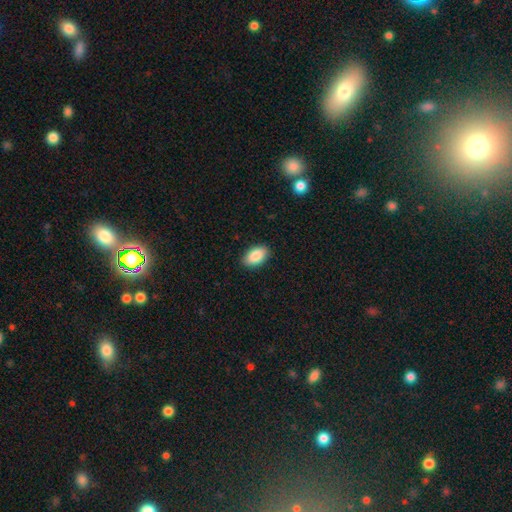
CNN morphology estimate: smooth 88%, star or artifact 7%, featured or disk 5%. Down the decision tree: how rounded — in between (94%); merging — none (89%).